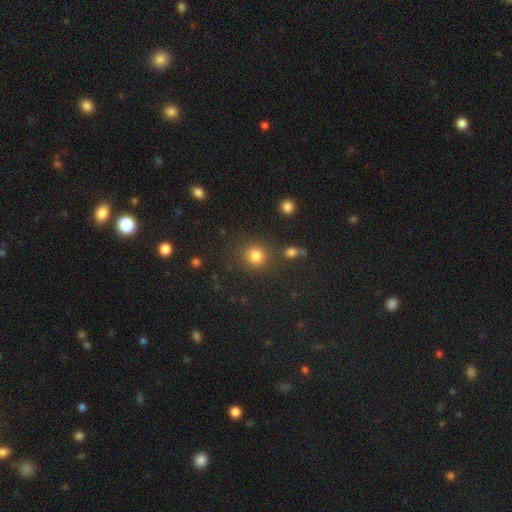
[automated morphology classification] A smooth galaxy with no disk features (82%) that is round (91%). Merging: none (83%).